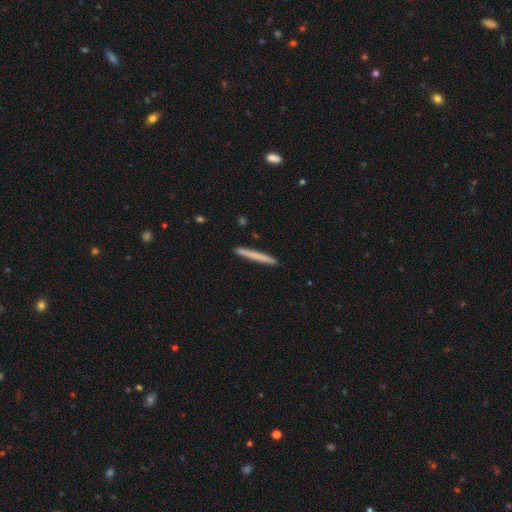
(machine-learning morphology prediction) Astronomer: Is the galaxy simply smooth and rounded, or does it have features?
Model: smooth — 67%.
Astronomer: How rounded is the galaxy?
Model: cigar-shaped — 97%.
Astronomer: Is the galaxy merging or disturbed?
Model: none — 92%.